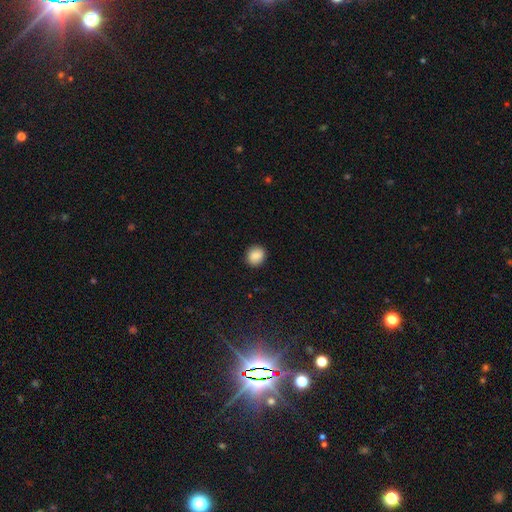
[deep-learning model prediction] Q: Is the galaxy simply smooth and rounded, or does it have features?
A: smooth — 87%.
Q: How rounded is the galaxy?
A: round — 76%.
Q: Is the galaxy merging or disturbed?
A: none — 90%.